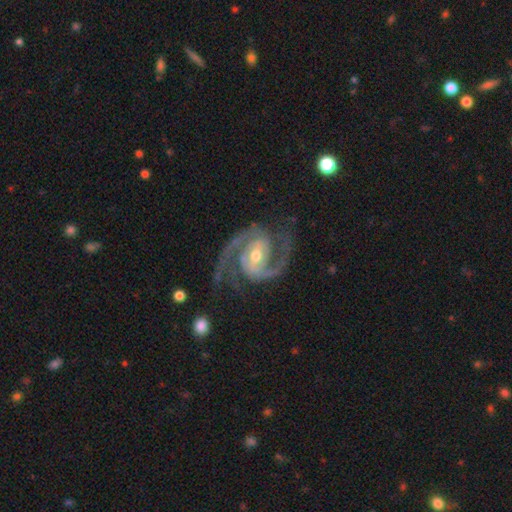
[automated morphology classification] Smooth or featured? featured or disk (94%)
Edge-on disk? no (98%)
Bar? weak (46%)
Spiral arms? yes (99%)
Spiral winding? medium (63%)
Spiral arm count? 2 (93%)
Bulge size? moderate (66%)
Merging? none (78%)